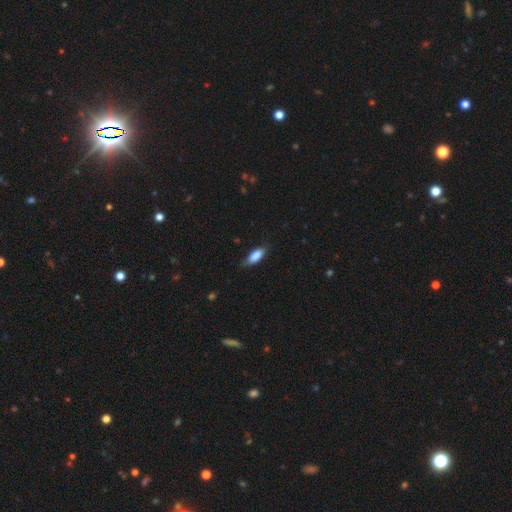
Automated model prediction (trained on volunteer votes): A smooth galaxy with no disk features (85%) that is in between round and cigar-shaped (78%).

Vote fractions:
- Smooth or featured? smooth: 85% / featured or disk: 8% / star or artifact: 6%
- How rounded? in between: 78% / cigar-shaped: 20% / round: 2%
- Merging? none: 73% / minor disturbance: 22% / major disturbance: 4% / merger: 1%